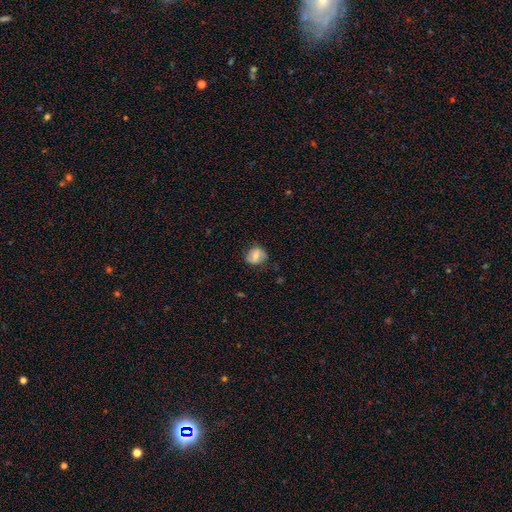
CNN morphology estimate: This appears to be a smooth galaxy with no disk features (49%). Merging: none (77%).